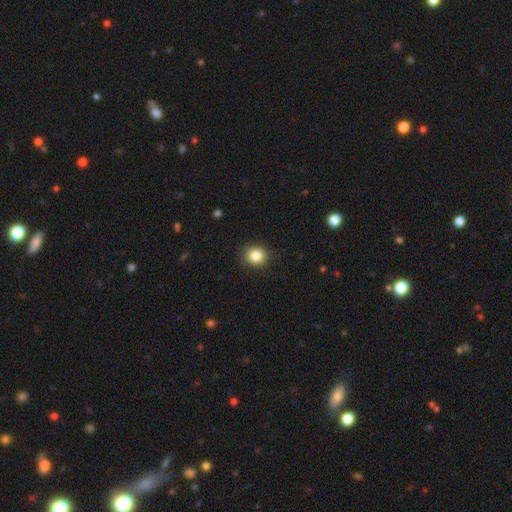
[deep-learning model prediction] A smooth galaxy with no disk features (85%) that is round (83%). Merging: none (89%).